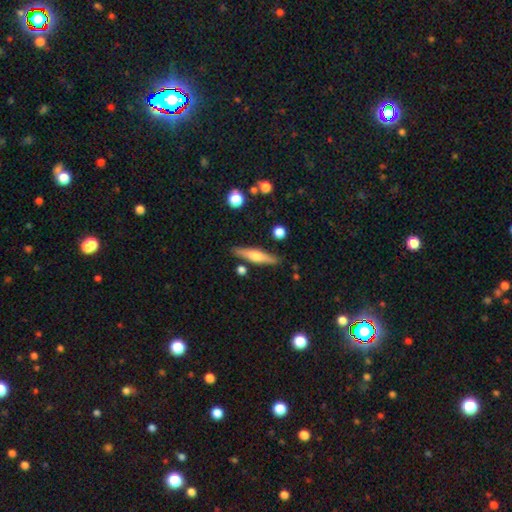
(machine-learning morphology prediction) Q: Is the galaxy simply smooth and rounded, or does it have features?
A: featured or disk — 53%.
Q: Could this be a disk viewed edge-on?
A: yes — 95%.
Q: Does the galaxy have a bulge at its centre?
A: rounded — 87%.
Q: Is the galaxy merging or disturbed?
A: none — 85%.